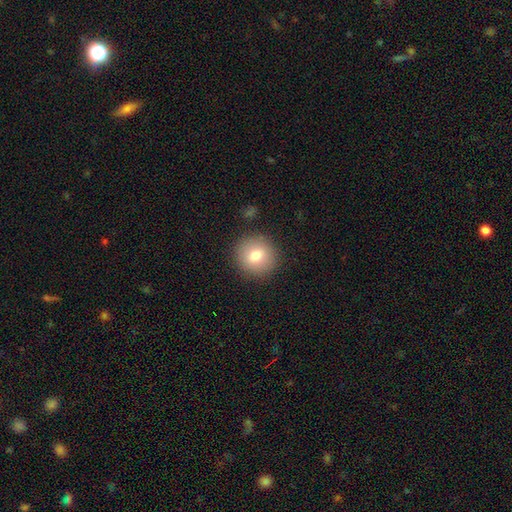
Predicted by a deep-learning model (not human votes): Overall: smooth (77%). How rounded: round (93%). Merging: none (89%).